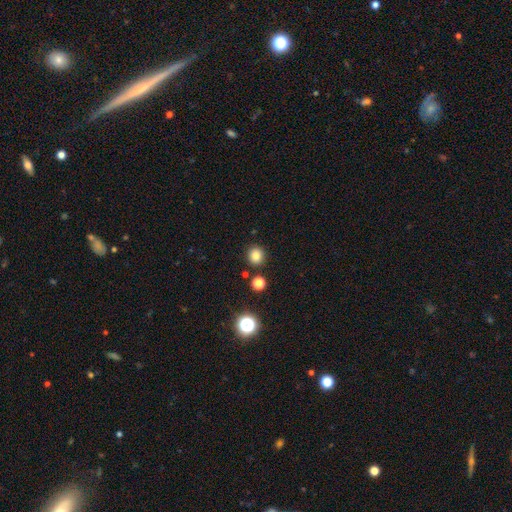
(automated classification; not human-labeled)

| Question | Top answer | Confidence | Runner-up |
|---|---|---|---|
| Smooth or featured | smooth | 82% | star or artifact (14%) |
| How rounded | round | 89% | in between (10%) |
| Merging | none | 87% | minor disturbance (7%) |